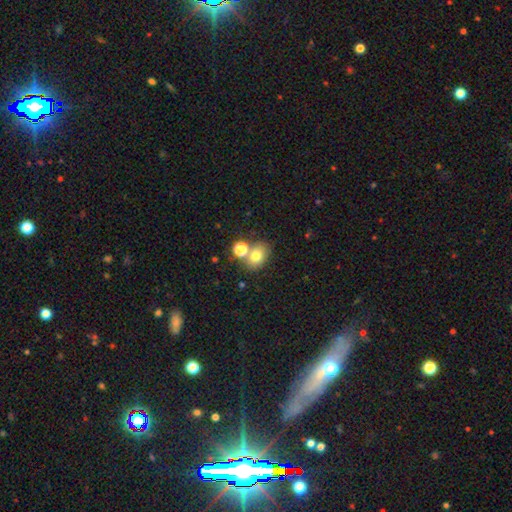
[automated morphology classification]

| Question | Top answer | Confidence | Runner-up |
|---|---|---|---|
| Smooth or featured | smooth | 74% | star or artifact (15%) |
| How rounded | in between | 54% | round (45%) |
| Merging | none | 59% | merger (25%) |